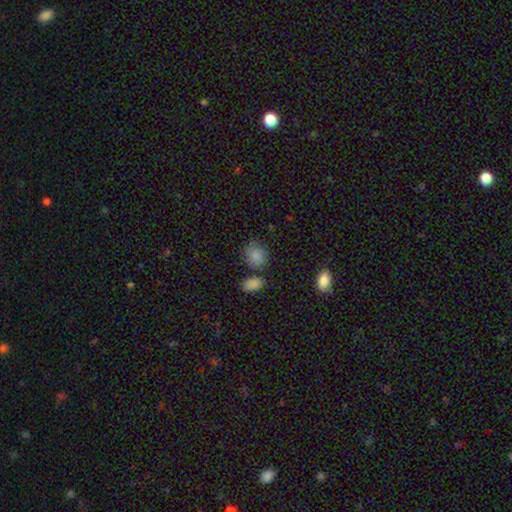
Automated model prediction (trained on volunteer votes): This is clearly a smooth galaxy (85%). How rounded: possibly round (60%). Merging: likely none (69%).